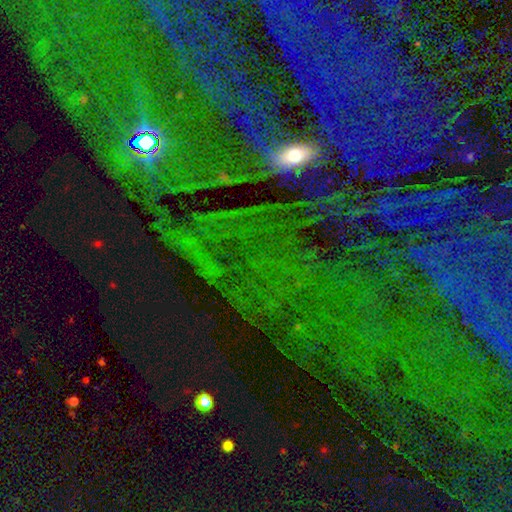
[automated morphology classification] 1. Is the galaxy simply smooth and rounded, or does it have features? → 76% star or artifact, 14% featured or disk, 11% smooth.